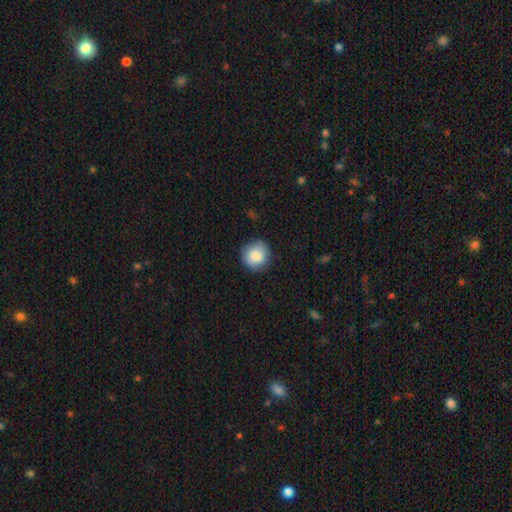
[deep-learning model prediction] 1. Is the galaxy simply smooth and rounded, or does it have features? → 86% smooth, 7% star or artifact, 6% featured or disk.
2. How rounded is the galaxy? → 92% round, 7% in between, 1% cigar-shaped.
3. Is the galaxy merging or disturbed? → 88% none, 9% minor disturbance, 2% major disturbance, 1% merger.